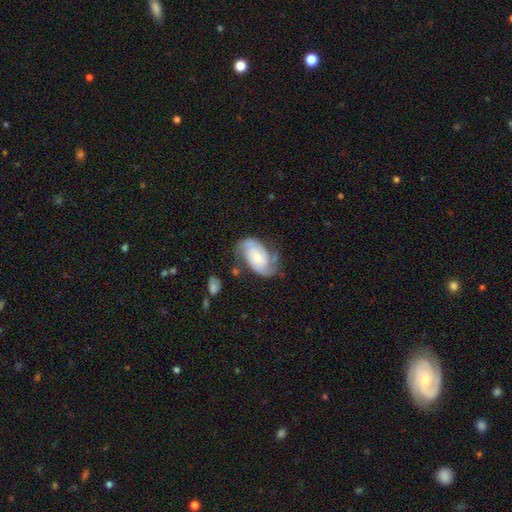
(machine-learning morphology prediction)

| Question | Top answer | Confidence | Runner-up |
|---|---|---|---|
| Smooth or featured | featured or disk | 77% | smooth (17%) |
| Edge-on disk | no | 97% | yes (3%) |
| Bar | no | 60% | weak (33%) |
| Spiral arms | yes | 94% | no (6%) |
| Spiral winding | medium | 44% | tight (39%) |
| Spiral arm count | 2 | 80% | can't tell (10%) |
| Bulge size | small | 53% | moderate (34%) |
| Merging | none | 58% | minor disturbance (24%) |